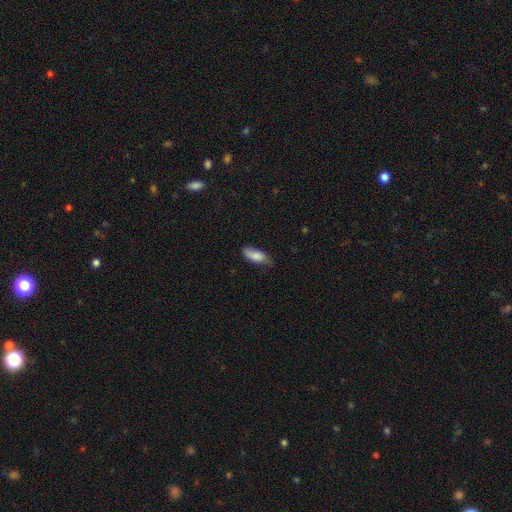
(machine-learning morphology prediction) smooth_or_featured: smooth (p=0.82) [alt: featured or disk p=0.11]
how_rounded: in between (p=0.76) [alt: cigar-shaped p=0.22]
merging: none (p=0.62) [alt: minor disturbance p=0.30]